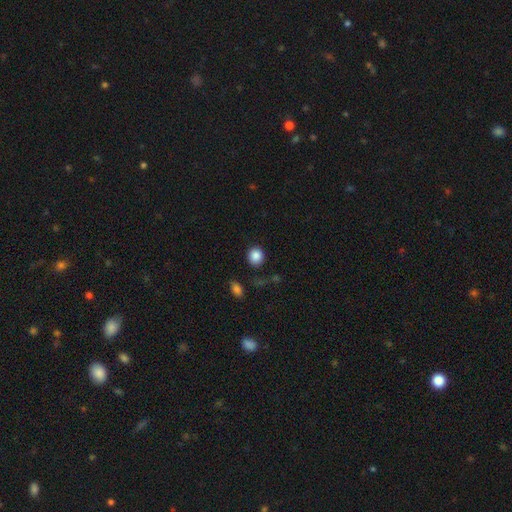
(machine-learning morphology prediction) smooth_or_featured: smooth (p=0.87) [alt: star or artifact p=0.09]
how_rounded: round (p=0.84) [alt: in between p=0.15]
merging: none (p=0.86) [alt: minor disturbance p=0.08]